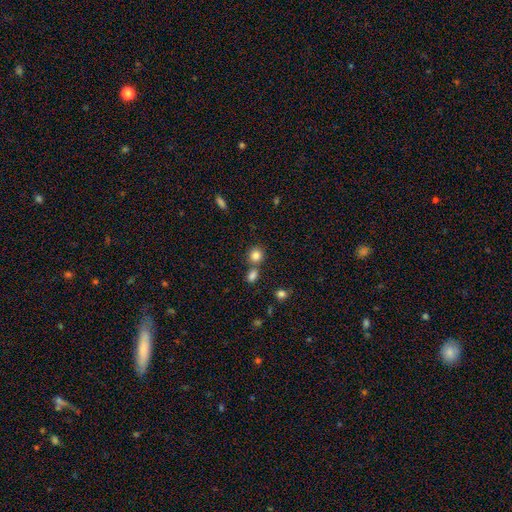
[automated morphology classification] Smooth or featured? Predicted: smooth (p=0.84). How rounded? Predicted: round (p=0.85). Merging? Predicted: none (p=0.64).